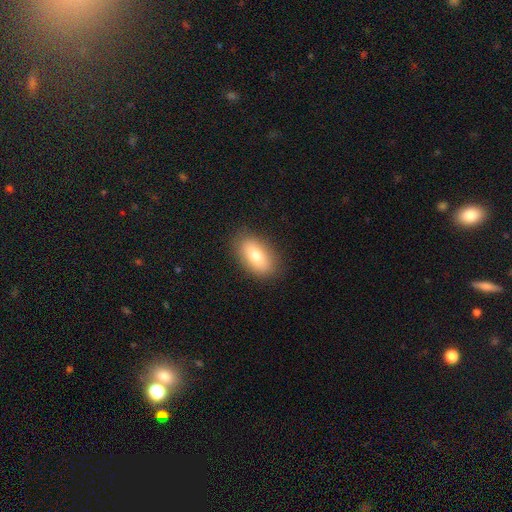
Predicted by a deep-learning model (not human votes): smooth_or_featured: smooth (p=0.76) [alt: featured or disk p=0.16]
how_rounded: in between (p=0.90) [alt: round p=0.05]
merging: none (p=0.87) [alt: minor disturbance p=0.09]